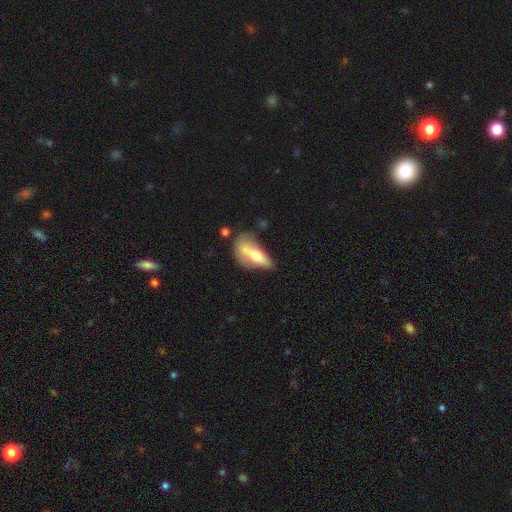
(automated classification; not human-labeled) The model was most divided on "merging": none: 31%, minor disturbance: 26%, major disturbance: 22%, merger: 21%. More confident: how rounded — in between (68%); smooth or featured — smooth (59%).